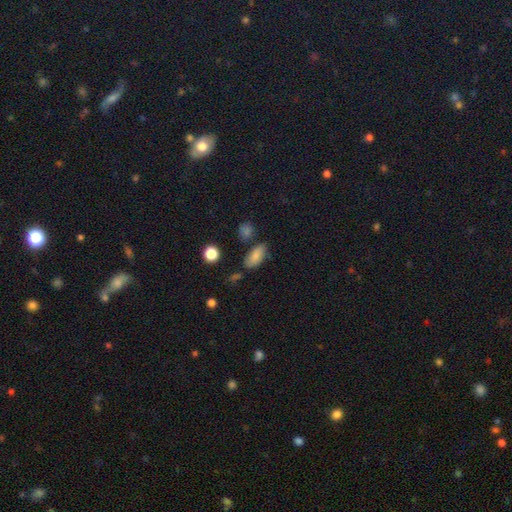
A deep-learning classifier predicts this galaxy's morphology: smooth-or-featured: smooth: 81% | star or artifact: 10% | featured or disk: 9%
  how-rounded: in between: 87% | cigar-shaped: 8% | round: 5%
  merging: none: 70% | minor disturbance: 19% | merger: 6% | major disturbance: 5%